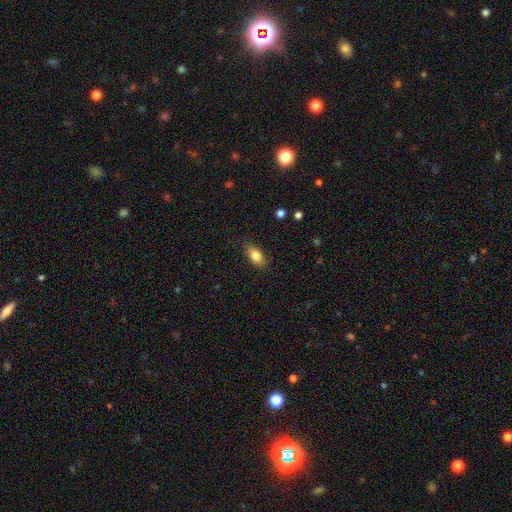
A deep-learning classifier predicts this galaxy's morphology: smooth-or-featured: smooth: 82% | featured or disk: 10% | star or artifact: 8%
  how-rounded: in between: 86% | round: 8% | cigar-shaped: 6%
  merging: none: 83% | minor disturbance: 13% | major disturbance: 3% | merger: 1%